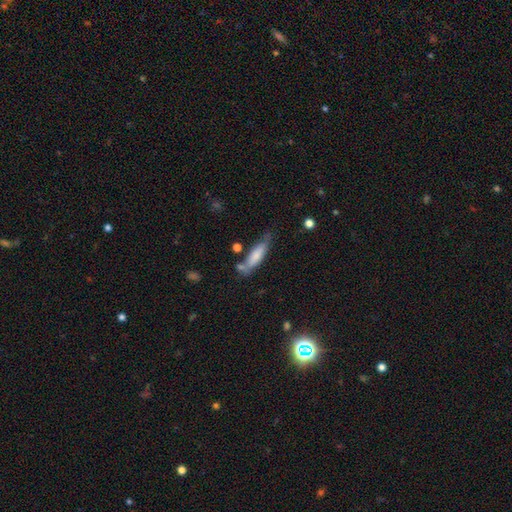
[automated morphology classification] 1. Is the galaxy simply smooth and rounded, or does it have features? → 73% smooth, 20% featured or disk, 6% star or artifact.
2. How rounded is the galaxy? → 62% cigar-shaped, 36% in between, 2% round.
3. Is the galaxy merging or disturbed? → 54% none, 26% minor disturbance, 12% merger, 8% major disturbance.